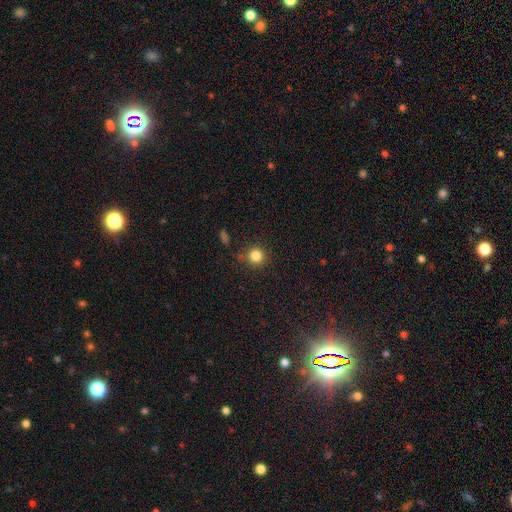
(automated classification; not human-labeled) A smooth galaxy with no disk features (83%) that is round (93%).

Vote fractions:
- Smooth or featured? smooth: 83% / star or artifact: 12% / featured or disk: 5%
- How rounded? round: 93% / in between: 6% / cigar-shaped: 1%
- Merging? none: 84% / minor disturbance: 10% / major disturbance: 3% / merger: 3%